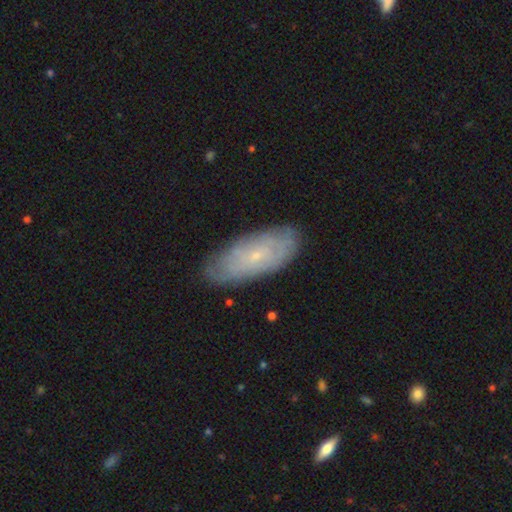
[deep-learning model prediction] Q: Smooth or featured?
A: featured or disk (55%); runner-up: smooth (38%)
Q: Edge-on disk?
A: no (87%); runner-up: yes (13%)
Q: Merging?
A: none (80%); runner-up: minor disturbance (15%)